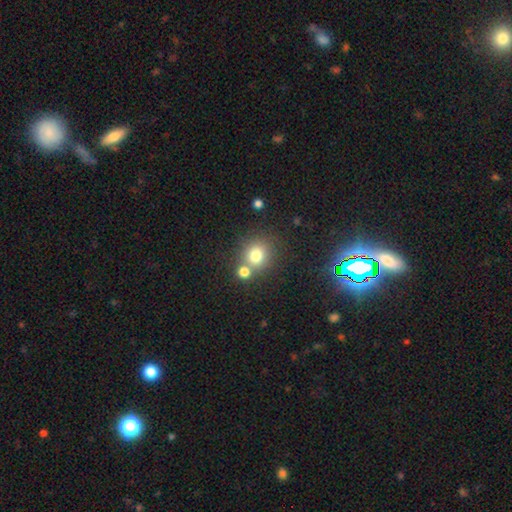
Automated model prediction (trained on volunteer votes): A smooth galaxy with no disk features (76%) that is round (84%).

Vote fractions:
- Smooth or featured? smooth: 76% / star or artifact: 15% / featured or disk: 10%
- How rounded? round: 84% / in between: 16% / cigar-shaped: 1%
- Merging? none: 64% / merger: 24% / minor disturbance: 9% / major disturbance: 4%